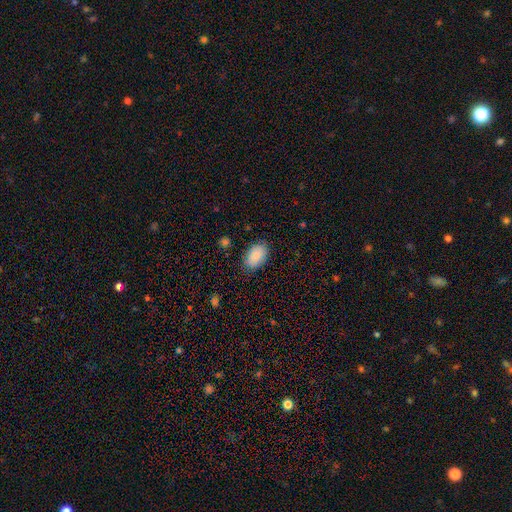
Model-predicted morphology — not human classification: smooth_or_featured: smooth (p=0.88) [alt: star or artifact p=0.07]
how_rounded: in between (p=0.92) [alt: round p=0.06]
merging: none (p=0.84) [alt: minor disturbance p=0.12]